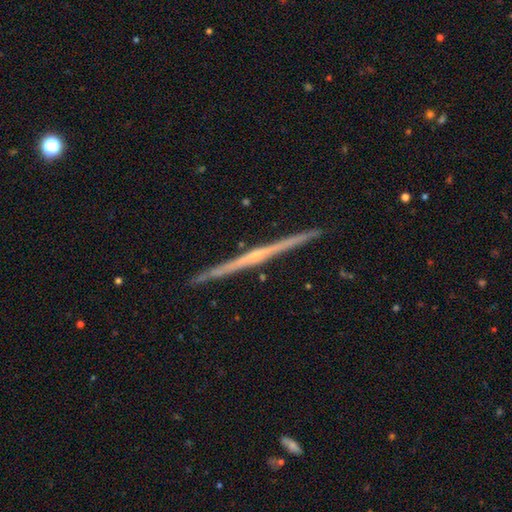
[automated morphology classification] smooth_or_featured: featured or disk (p=0.83) [alt: smooth p=0.11]
disk_edge_on: yes (p=0.99) [alt: no p=0.01]
edge_on_bulge: rounded (p=0.51) [alt: none p=0.44]
merging: none (p=0.92) [alt: minor disturbance p=0.06]